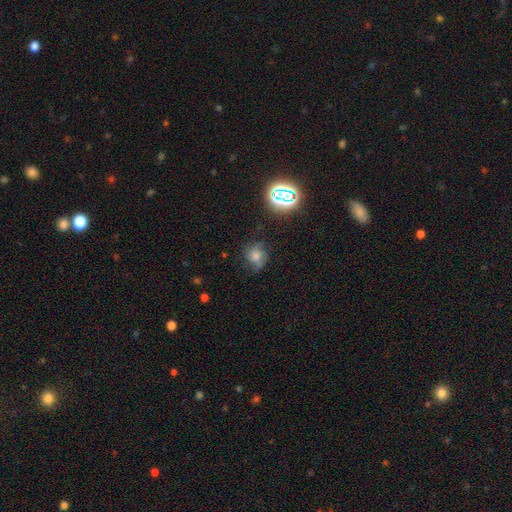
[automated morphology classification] The model was most divided on "smooth or featured": smooth: 40%, featured or disk: 35%, star or artifact: 25%. More confident: merging — none (64%).